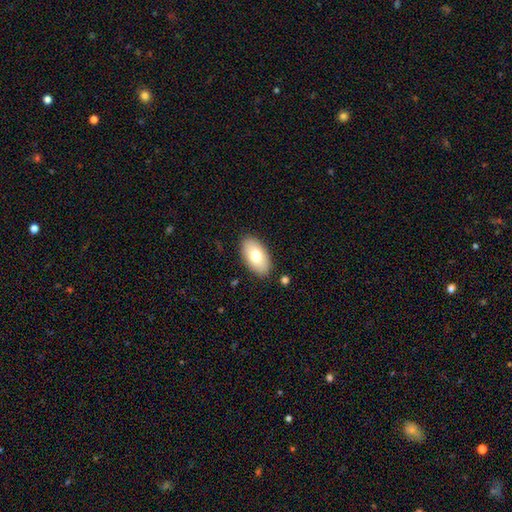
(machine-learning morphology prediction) A smooth galaxy with no disk features (74%) that is in between round and cigar-shaped (94%). Merging: none (87%).